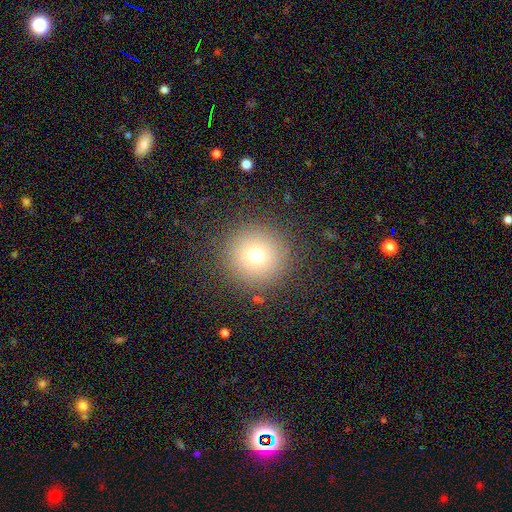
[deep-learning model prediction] smooth 73%, star or artifact 16%, featured or disk 11%. Down the decision tree: how rounded — round (96%); merging — none (90%).